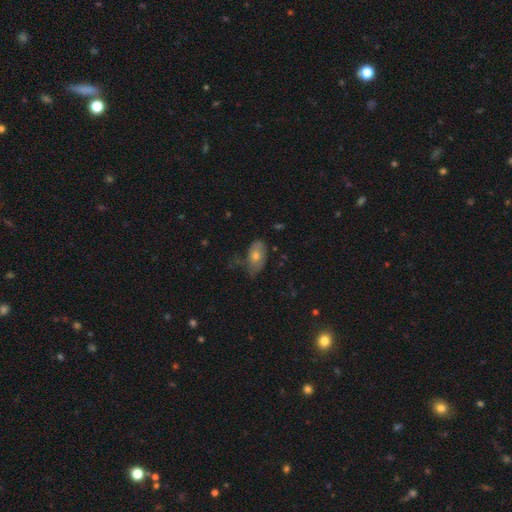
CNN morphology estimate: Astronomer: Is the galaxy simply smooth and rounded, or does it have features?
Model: smooth — 54% (runner-up: featured or disk, 36%).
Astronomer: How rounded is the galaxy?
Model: in between — 89%.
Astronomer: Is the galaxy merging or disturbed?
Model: none — 54% (runner-up: minor disturbance, 32%).